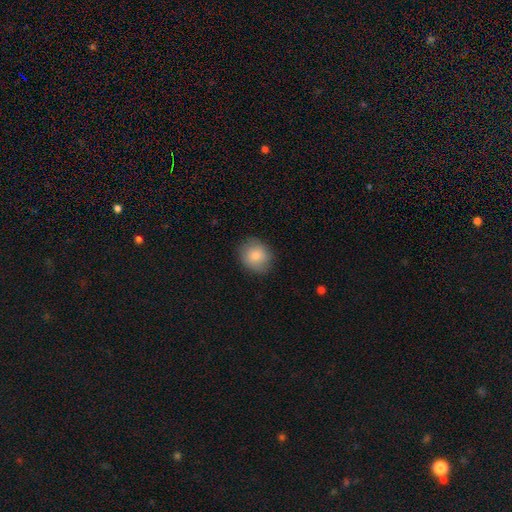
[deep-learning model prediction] Morphology: type=smooth (81%); roundness=round (76%); merging=none (85%).